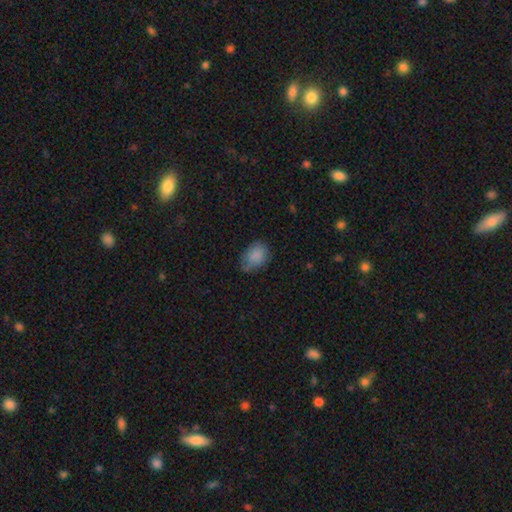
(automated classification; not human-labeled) Smooth or featured? Predicted: smooth (p=0.81). How rounded? Predicted: in between (p=0.72). Merging? Predicted: none (p=0.56).